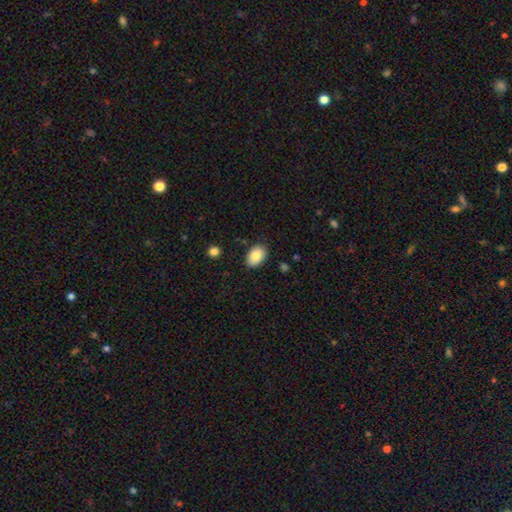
Volunteers were most divided on "how rounded": in between: 78%, round: 22%, cigar-shaped: 0%. More confident: smooth or featured — smooth (92%); merging — none (84%).